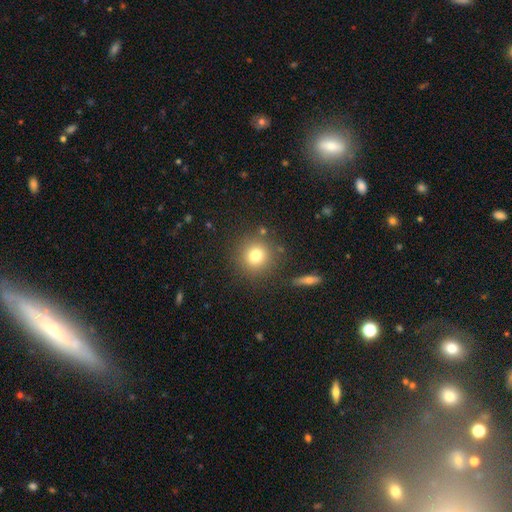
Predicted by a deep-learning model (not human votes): Smooth or featured?
  - smooth: 78% *
  - star or artifact: 13%
  - featured or disk: 9%
How rounded?
  - round: 92% *
  - in between: 7%
  - cigar-shaped: 1%
Merging?
  - none: 85% *
  - minor disturbance: 8%
  - merger: 4%
  - major disturbance: 3%